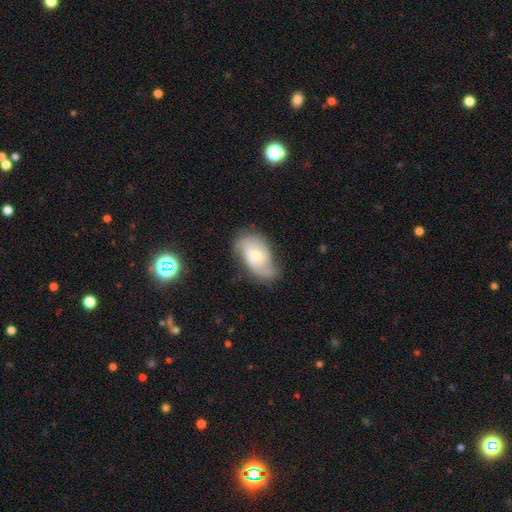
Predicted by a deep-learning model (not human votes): smooth_or_featured: featured or disk (p=0.56) [alt: smooth p=0.37]
disk_edge_on: no (p=0.94) [alt: yes p=0.06]
bar: no (p=0.73) [alt: weak p=0.23]
has_spiral_arms: yes (p=0.79) [alt: no p=0.21]
bulge_size: small (p=0.49) [alt: moderate p=0.46]
merging: none (p=0.51) [alt: minor disturbance p=0.33]